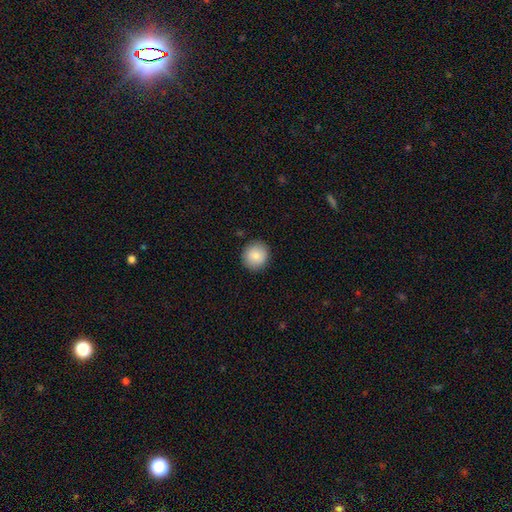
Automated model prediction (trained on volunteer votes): The model was most divided on "smooth or featured": smooth: 84%, star or artifact: 8%, featured or disk: 8%. More confident: merging — none (91%); how rounded — round (90%).